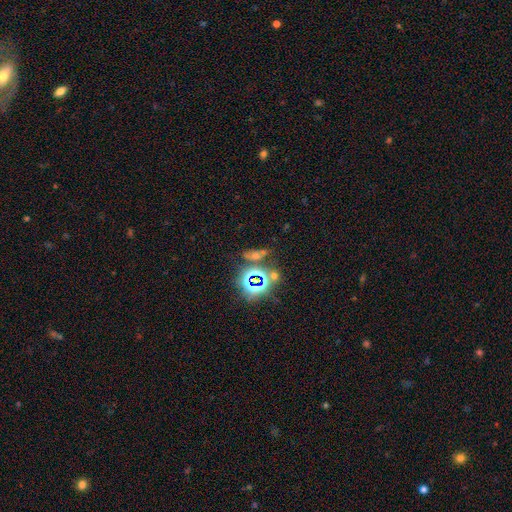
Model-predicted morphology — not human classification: smooth_or_featured: star or artifact (p=0.58) [alt: smooth p=0.28]